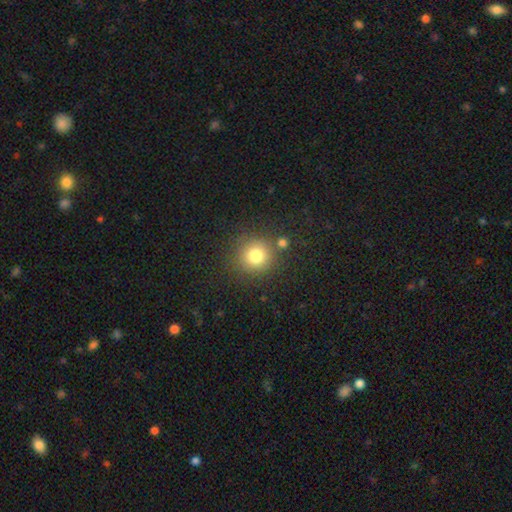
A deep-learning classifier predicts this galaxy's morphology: Smooth or featured?
  - smooth: 79% *
  - star or artifact: 13%
  - featured or disk: 8%
How rounded?
  - round: 91% *
  - in between: 8%
  - cigar-shaped: 1%
Merging?
  - none: 80% *
  - minor disturbance: 9%
  - merger: 7%
  - major disturbance: 4%